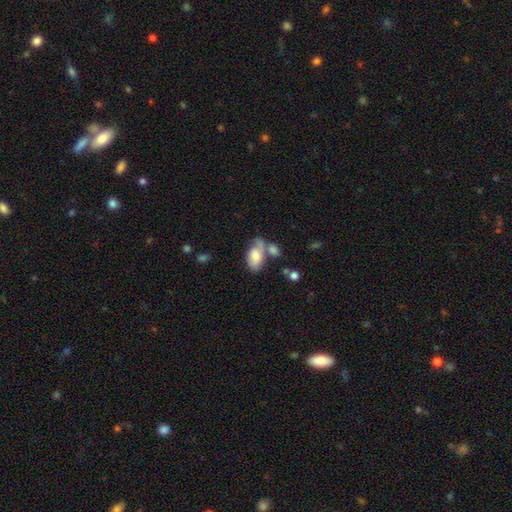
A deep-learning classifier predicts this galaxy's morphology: A smooth galaxy with no disk features (65%) that is in between round and cigar-shaped (93%).

Vote fractions:
- Smooth or featured? smooth: 65% / featured or disk: 28% / star or artifact: 7%
- How rounded? in between: 93% / round: 5% / cigar-shaped: 3%
- Merging? merger: 36% / none: 32% / minor disturbance: 19% / major disturbance: 13%